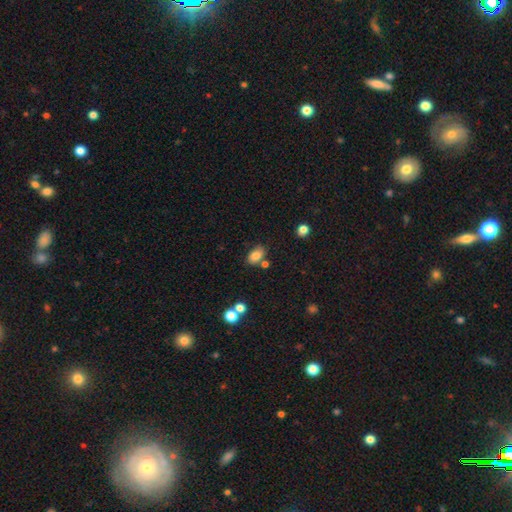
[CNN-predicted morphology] Smooth or featured? Predicted: smooth (p=0.82). How rounded? Predicted: in between (p=0.89). Merging? Predicted: none (p=0.70).